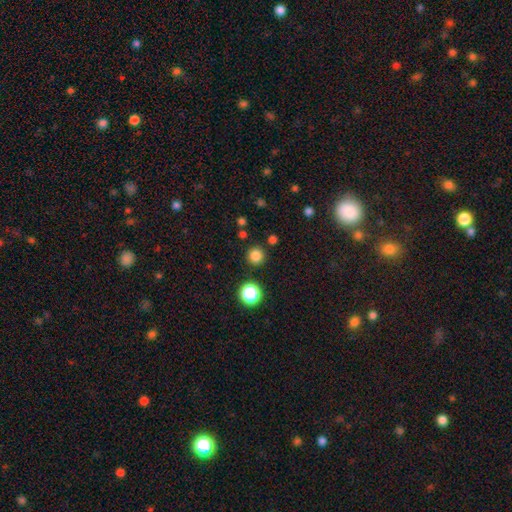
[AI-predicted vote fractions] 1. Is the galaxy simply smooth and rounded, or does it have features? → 81% smooth, 15% star or artifact, 4% featured or disk.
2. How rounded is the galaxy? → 95% round, 4% in between, 1% cigar-shaped.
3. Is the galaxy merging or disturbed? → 89% none, 6% minor disturbance, 3% merger, 2% major disturbance.